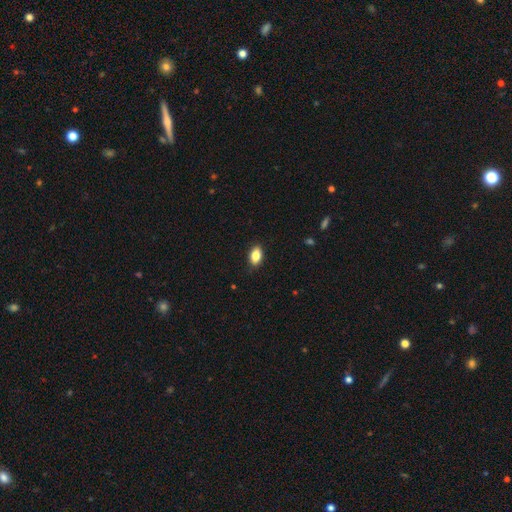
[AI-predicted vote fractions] Smooth or featured? Predicted: smooth (p=0.84). How rounded? Predicted: in between (p=0.89). Merging? Predicted: none (p=0.85).